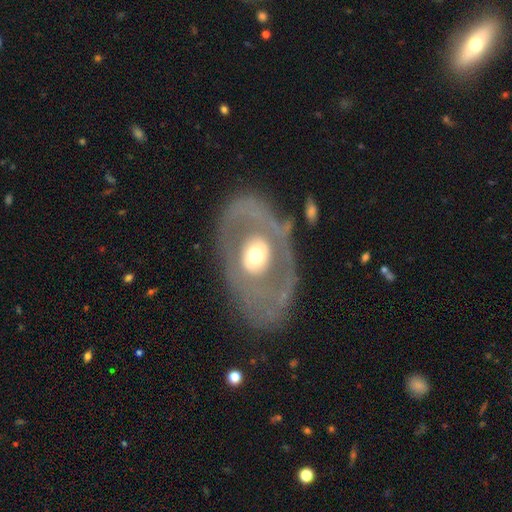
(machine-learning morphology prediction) Overall: featured or disk (66%; smooth 28%). Edge-on disk: no (91%). Bar: no (75%). Spiral arms: no (76%). Bulge size: moderate (63%). Merging: none (64%).